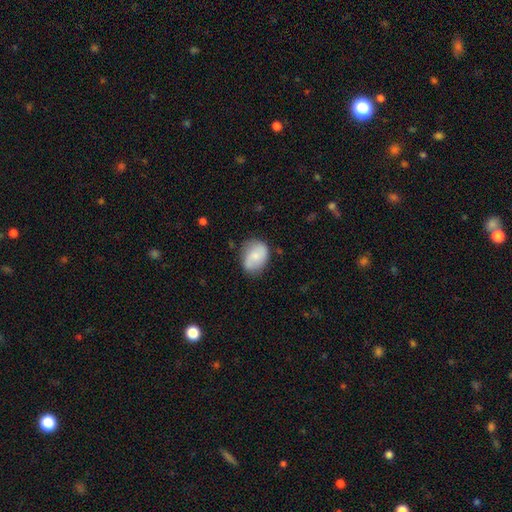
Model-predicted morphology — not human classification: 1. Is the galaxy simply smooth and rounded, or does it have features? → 62% smooth, 30% featured or disk, 7% star or artifact.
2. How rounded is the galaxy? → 62% in between, 37% round, 1% cigar-shaped.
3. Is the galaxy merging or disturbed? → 64% none, 26% minor disturbance, 7% major disturbance, 3% merger.